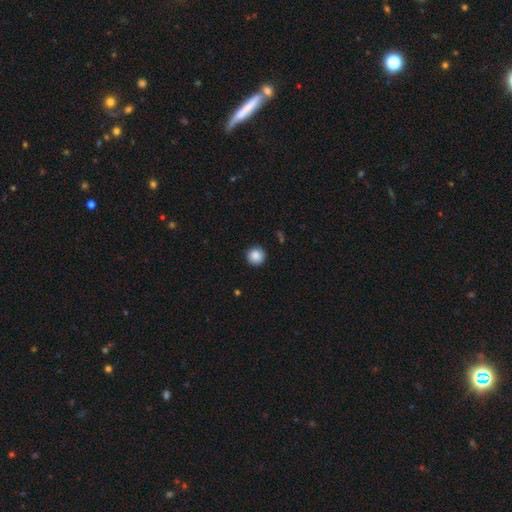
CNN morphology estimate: The model was most divided on "smooth or featured": smooth: 87%, star or artifact: 8%, featured or disk: 4%. More confident: how rounded — round (95%); merging — none (90%).